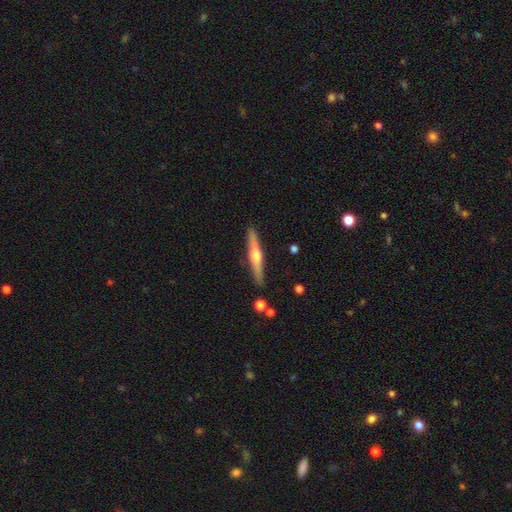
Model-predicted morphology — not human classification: A featured or disk galaxy (68%) viewed edge-on (97%) with a rounded central bulge (90%).

Vote fractions:
- Smooth or featured? featured or disk: 68% / smooth: 26% / star or artifact: 6%
- Edge-on disk? yes: 97% / no: 3%
- Edge-on bulge? rounded: 90% / none: 5% / boxy: 4%
- Merging? none: 90% / minor disturbance: 7% / merger: 2% / major disturbance: 2%